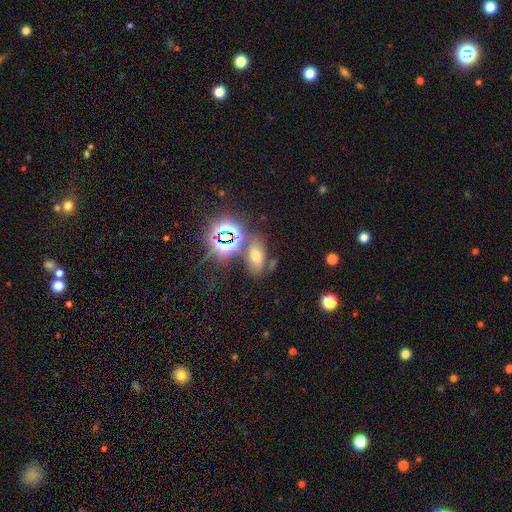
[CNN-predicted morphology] Smooth or featured? smooth (44%)
Merging? none (66%)